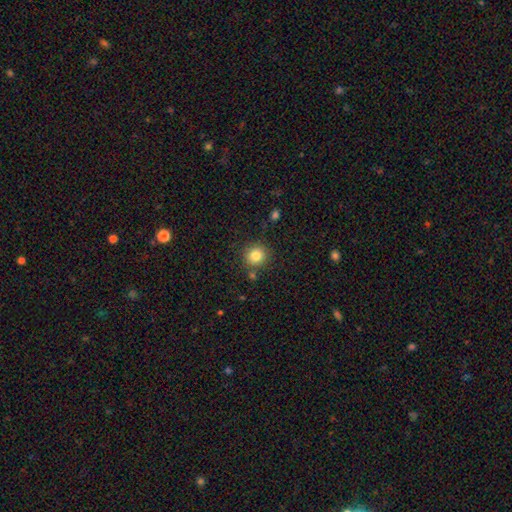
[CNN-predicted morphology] smooth-or-featured: smooth: 83% | star or artifact: 11% | featured or disk: 6%
  how-rounded: round: 91% | in between: 8% | cigar-shaped: 1%
  merging: none: 84% | minor disturbance: 8% | merger: 5% | major disturbance: 3%